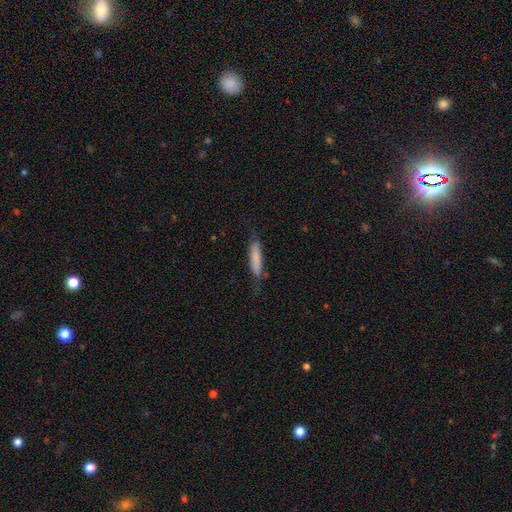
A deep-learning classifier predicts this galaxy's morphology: This appears to be a smooth galaxy with no disk features (73%) that is cigar-shaped (86%). Merging: none (70%).